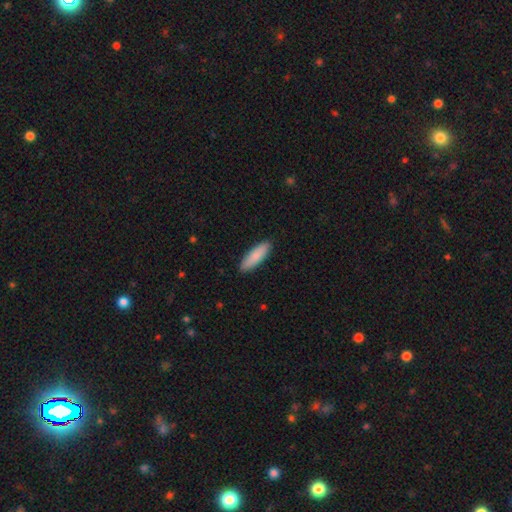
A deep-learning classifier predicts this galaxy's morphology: This is clearly a smooth galaxy (88%). How rounded: possibly cigar-shaped (52%). Merging: clearly none (90%).